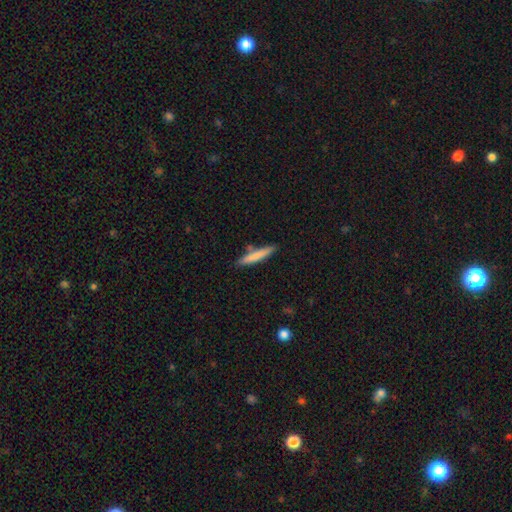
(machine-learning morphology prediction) A smooth galaxy with no disk features (77%) that is cigar-shaped (92%).

Vote fractions:
- Smooth or featured? smooth: 77% / featured or disk: 17% / star or artifact: 6%
- How rounded? cigar-shaped: 92% / in between: 7% / round: 1%
- Merging? none: 79% / minor disturbance: 12% / merger: 6% / major disturbance: 2%